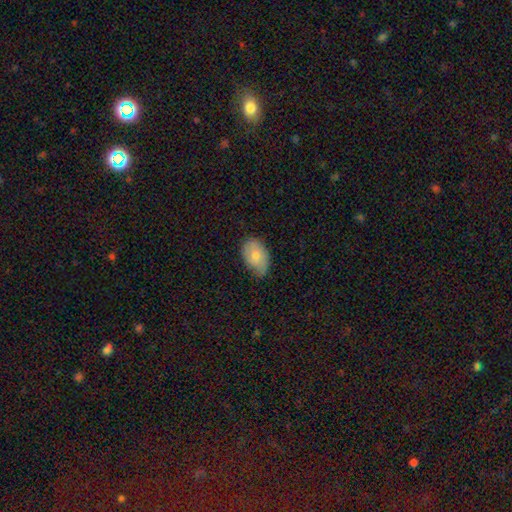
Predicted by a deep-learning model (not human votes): Overall: smooth (75%). How rounded: in between (88%). Merging: none (58%; minor disturbance 35%).